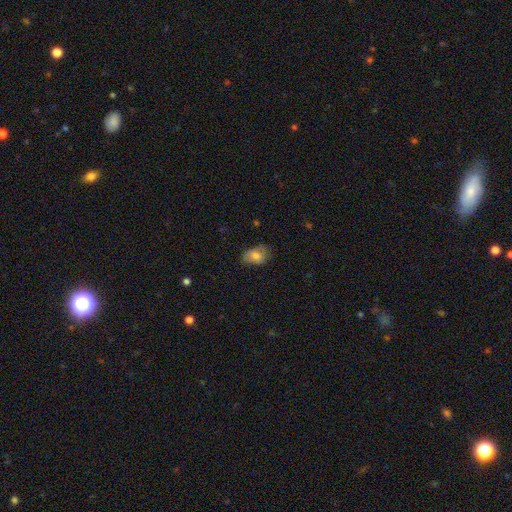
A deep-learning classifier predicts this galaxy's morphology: Smooth or featured? Predicted: smooth (p=0.75). How rounded? Predicted: in between (p=0.82). Merging? Predicted: none (p=0.65).